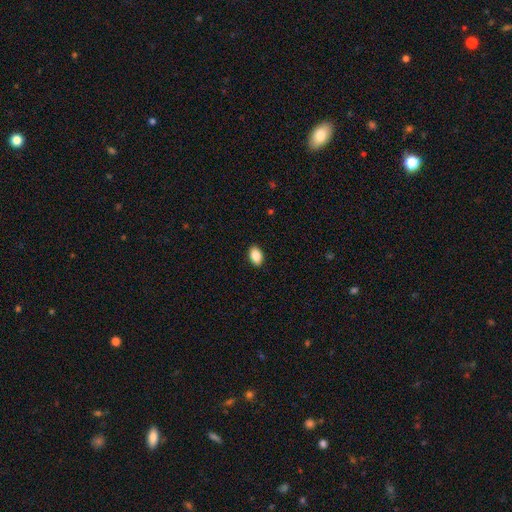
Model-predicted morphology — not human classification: Smooth or featured?
  - smooth: 88% *
  - star or artifact: 7%
  - featured or disk: 4%
How rounded?
  - in between: 91% *
  - round: 8%
  - cigar-shaped: 1%
Merging?
  - none: 90% *
  - minor disturbance: 7%
  - major disturbance: 2%
  - merger: 1%